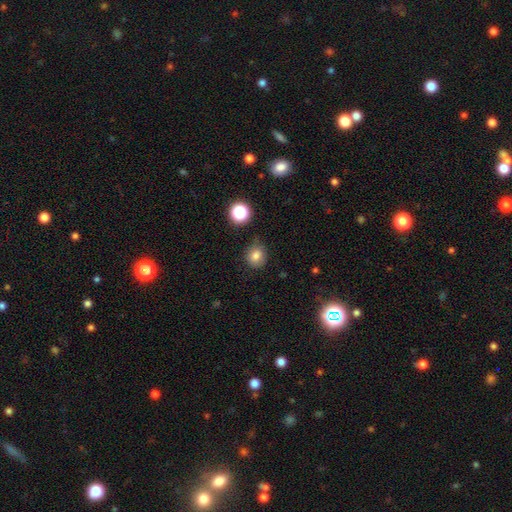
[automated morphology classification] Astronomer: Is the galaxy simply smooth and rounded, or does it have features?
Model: smooth — 79%.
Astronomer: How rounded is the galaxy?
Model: round — 79%.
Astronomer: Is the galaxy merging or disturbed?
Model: none — 79%.